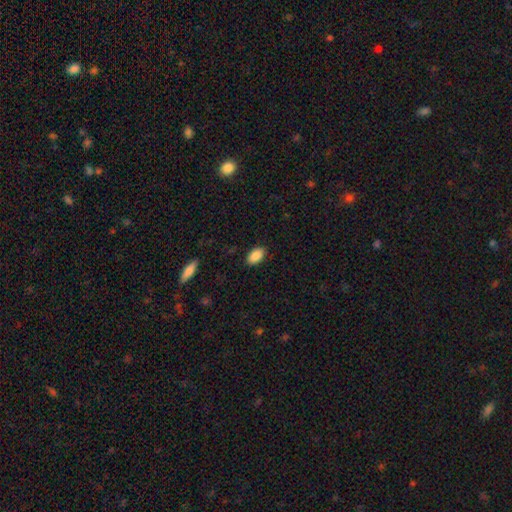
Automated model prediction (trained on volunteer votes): Smooth or featured? Predicted: smooth (p=0.89). How rounded? Predicted: in between (p=0.93). Merging? Predicted: none (p=0.87).